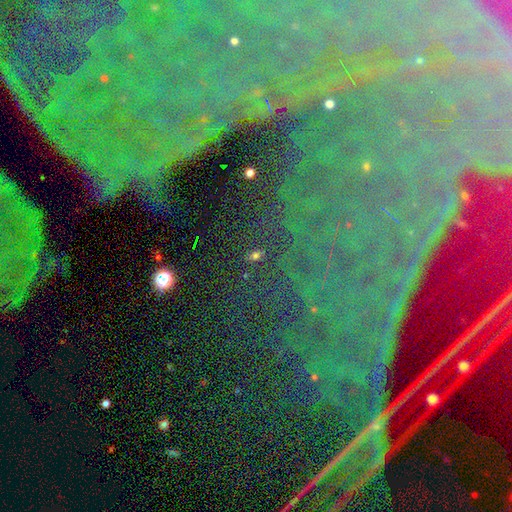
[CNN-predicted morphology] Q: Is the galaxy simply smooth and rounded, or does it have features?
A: star or artifact — 44%.